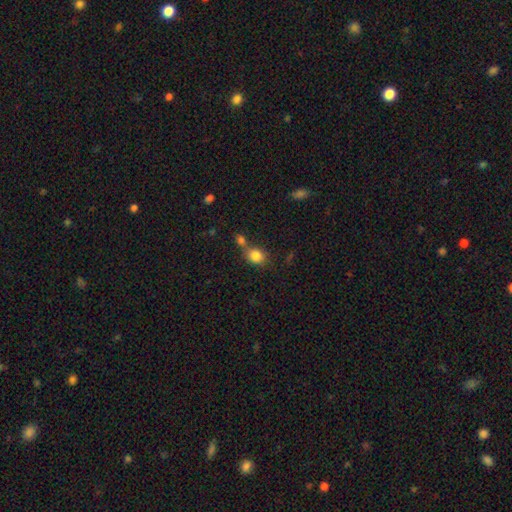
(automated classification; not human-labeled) This appears to be a smooth galaxy with no disk features (84%) that is round (55%). Merging: none (49%).